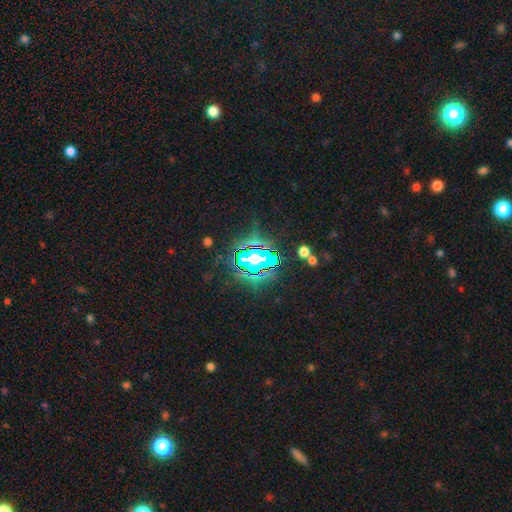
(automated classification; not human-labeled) smooth-or-featured: star or artifact: 73% | smooth: 14% | featured or disk: 13%